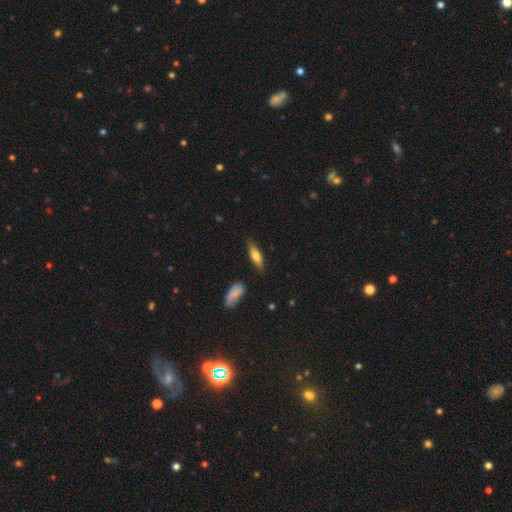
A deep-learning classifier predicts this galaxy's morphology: type=smooth (59%); roundness=cigar-shaped (53%); merging=none (80%).